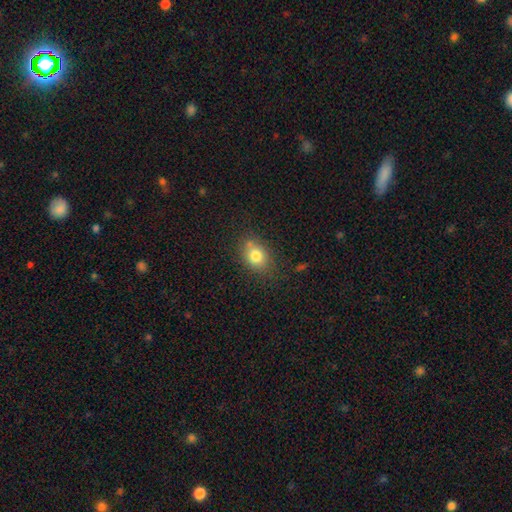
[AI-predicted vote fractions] This is likely a smooth galaxy (79%). How rounded: possibly in between (57%). Merging: likely none (68%).